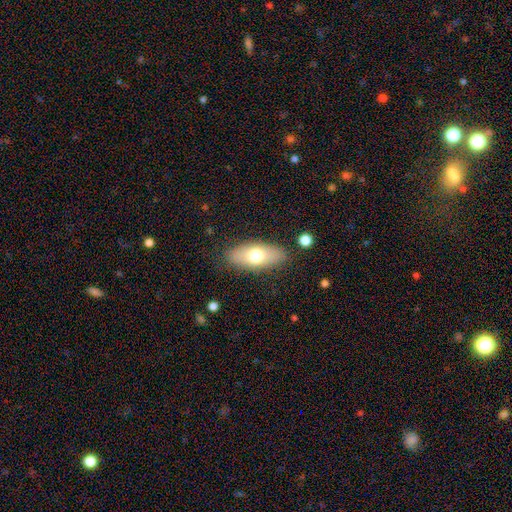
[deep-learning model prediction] Smooth or featured? Predicted: smooth (p=0.67). How rounded? Predicted: in between (p=0.80). Merging? Predicted: none (p=0.84).